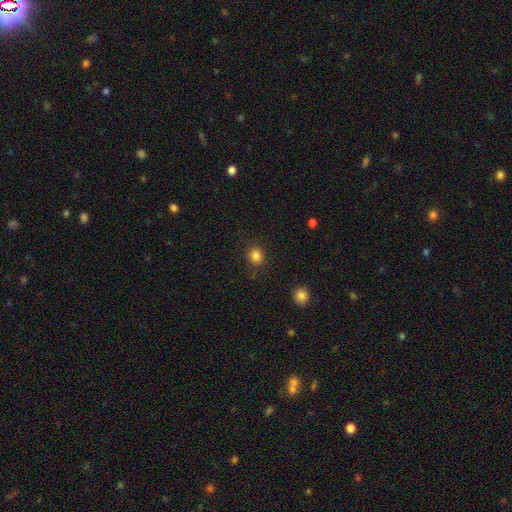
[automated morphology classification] This is clearly a smooth galaxy (84%). How rounded: likely round (77%). Merging: clearly none (86%).